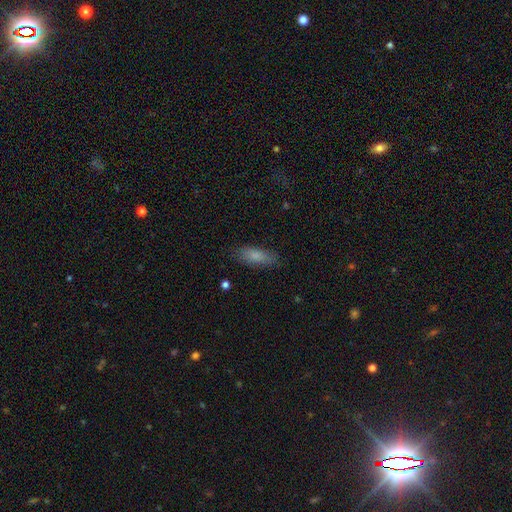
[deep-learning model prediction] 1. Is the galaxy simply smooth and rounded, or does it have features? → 82% smooth, 11% featured or disk, 7% star or artifact.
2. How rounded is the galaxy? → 67% in between, 31% cigar-shaped, 2% round.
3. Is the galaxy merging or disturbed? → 82% none, 13% minor disturbance, 3% major disturbance, 1% merger.